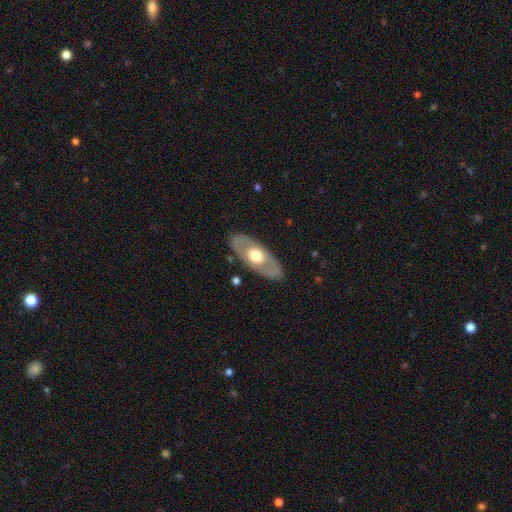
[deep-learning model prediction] A featured or disk galaxy (53%). Merging: none (86%).